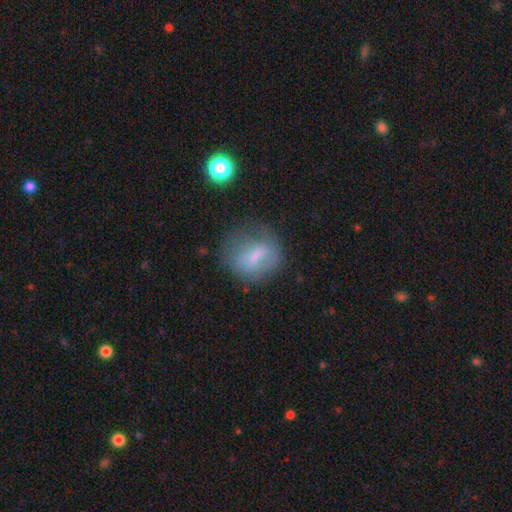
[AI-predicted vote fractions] Morphology: type=smooth (57%); roundness=round (62%); merging=none (56%).